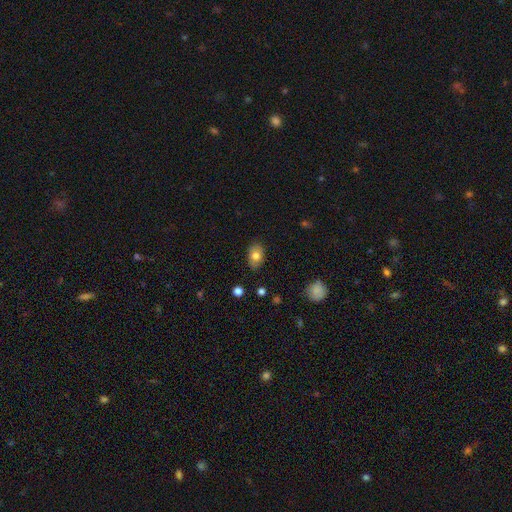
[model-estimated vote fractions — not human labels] Smooth or featured?
  - smooth: 78% *
  - featured or disk: 14%
  - star or artifact: 8%
How rounded?
  - in between: 82% *
  - round: 17%
  - cigar-shaped: 1%
Merging?
  - none: 84% *
  - minor disturbance: 12%
  - major disturbance: 2%
  - merger: 1%